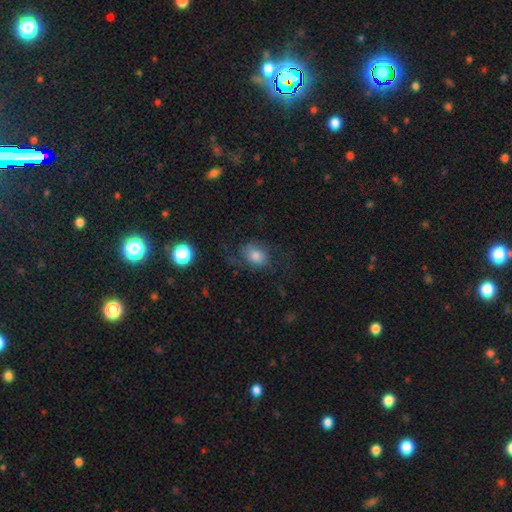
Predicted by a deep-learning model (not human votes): Smooth or featured: smooth — 56% (featured or disk — 32%)
How rounded: in between — 62% (round — 36%)
Merging: none — 56% (minor disturbance — 21%)